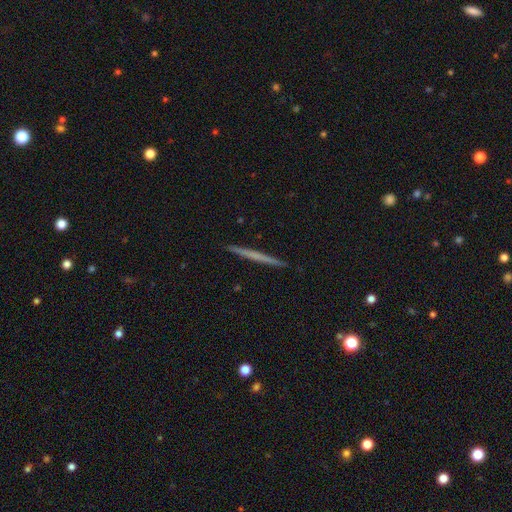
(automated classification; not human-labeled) smooth-or-featured: featured or disk: 48% | smooth: 46% | star or artifact: 6%
  merging: none: 93% | minor disturbance: 5% | major disturbance: 1% | merger: 1%